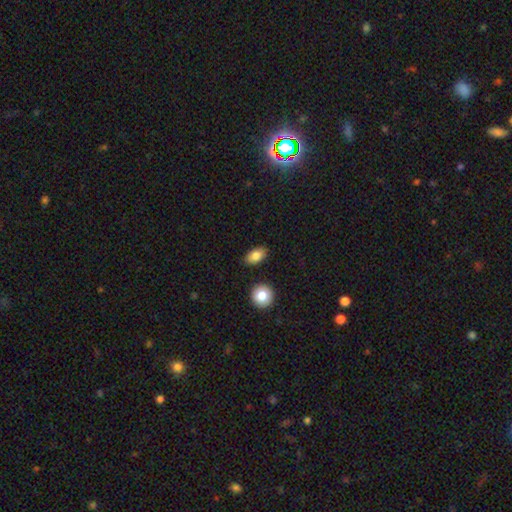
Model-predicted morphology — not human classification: smooth-or-featured: smooth: 85% | featured or disk: 8% | star or artifact: 7%
  how-rounded: in between: 88% | round: 10% | cigar-shaped: 2%
  merging: none: 85% | minor disturbance: 10% | merger: 3% | major disturbance: 2%